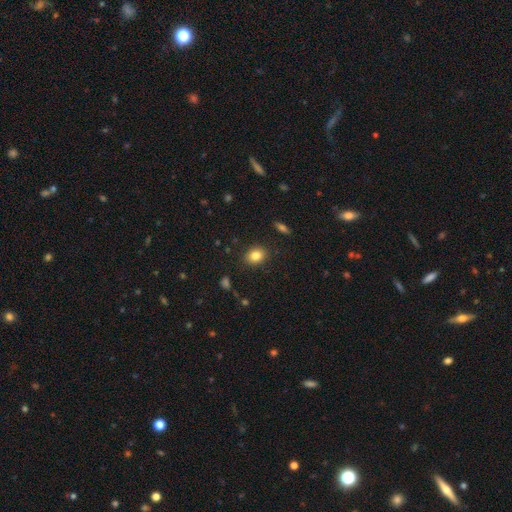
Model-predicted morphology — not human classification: smooth_or_featured: smooth (p=0.83) [alt: star or artifact p=0.10]
how_rounded: in between (p=0.54) [alt: round p=0.45]
merging: none (p=0.88) [alt: minor disturbance p=0.09]